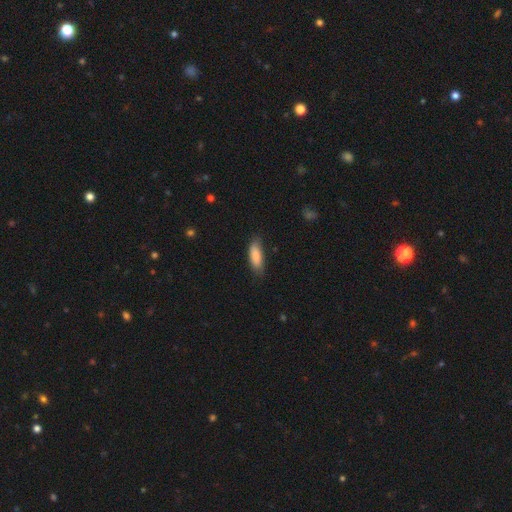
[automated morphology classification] A smooth galaxy with no disk features (83%) that is in between round and cigar-shaped (62%). Merging: none (75%).